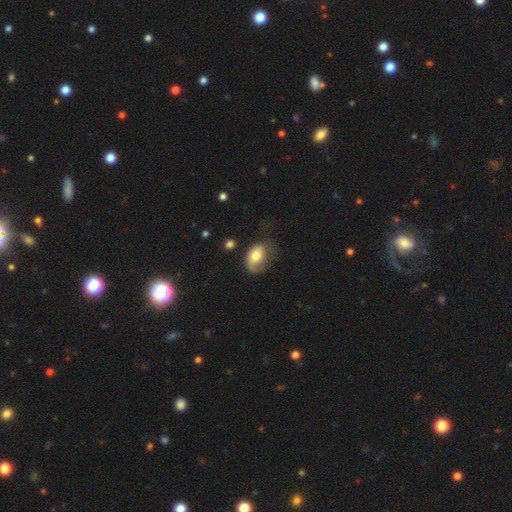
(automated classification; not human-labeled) Smooth or featured: smooth — 72% (featured or disk — 21%)
How rounded: in between — 83% (round — 16%)
Merging: none — 37% (minor disturbance — 33%)